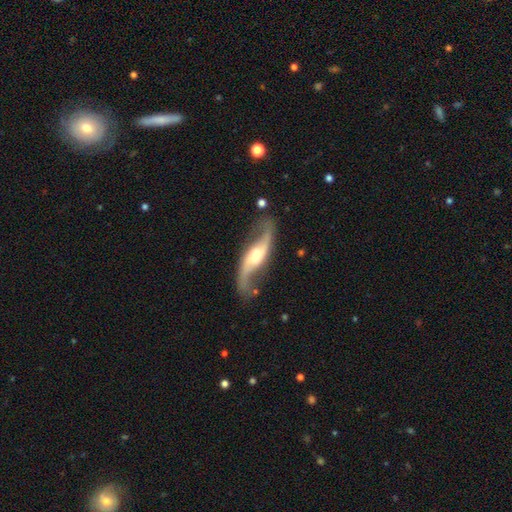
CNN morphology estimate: This is clearly a featured or disk galaxy (89%). It is clearly not viewed edge-on (92%). Bar: marginally weak (38%). Spiral arm pattern: clearly yes (96%). Spiral arm count: clearly 2 (94%). Spiral winding: clearly loose (85%). Central bulge: possibly moderate (50%). Merging: likely none (77%).